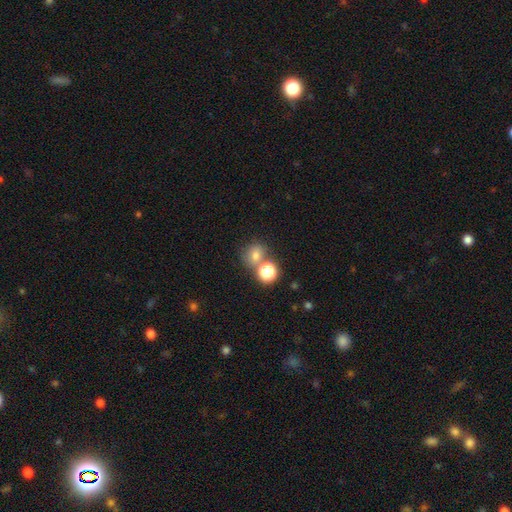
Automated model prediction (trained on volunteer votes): A smooth galaxy with no disk features (70%) that is round (79%). Merging: none (56%).